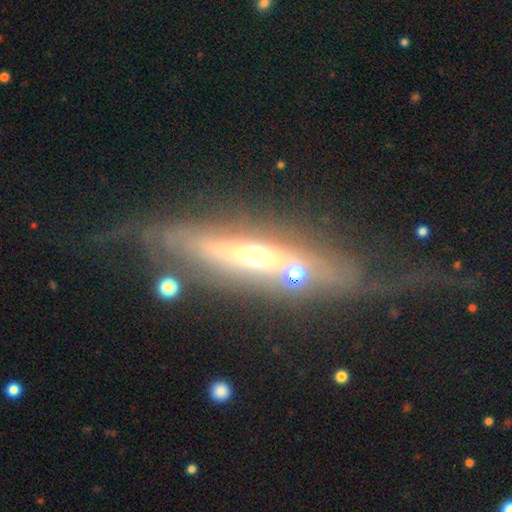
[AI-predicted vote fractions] featured or disk 76%, smooth 16%, star or artifact 7%. Down the decision tree: edge-on disk — yes (62%); merging — none (44%).